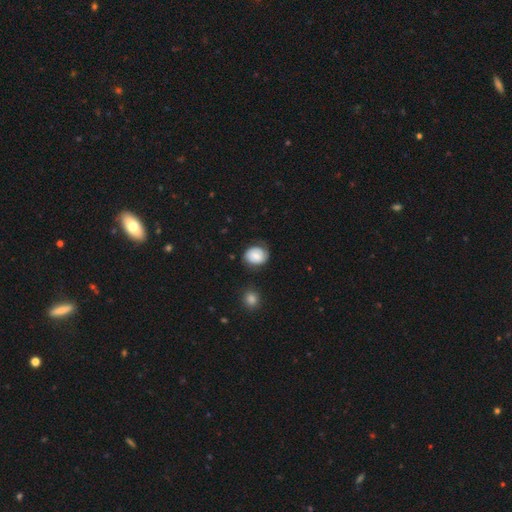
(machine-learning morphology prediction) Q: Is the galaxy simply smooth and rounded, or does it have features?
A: smooth — 60%.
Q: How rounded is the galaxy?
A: round — 59%.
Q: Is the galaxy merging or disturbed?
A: none — 67%.